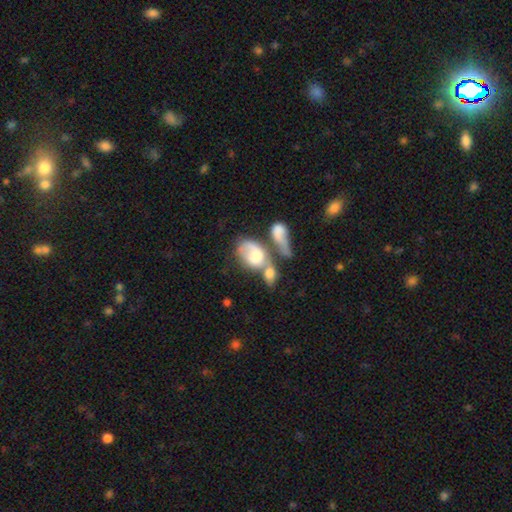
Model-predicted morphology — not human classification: type=smooth (53%); roundness=in between (82%); merging=merger (63%).